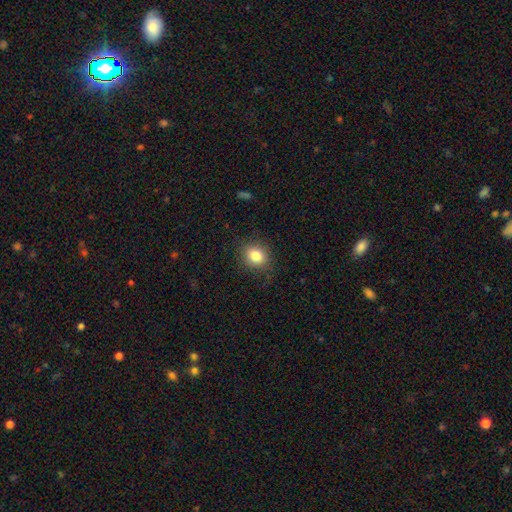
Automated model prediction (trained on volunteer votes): Q: Smooth or featured?
A: smooth (83%); runner-up: star or artifact (10%)
Q: How rounded?
A: round (60%); runner-up: in between (40%)
Q: Merging?
A: none (85%); runner-up: minor disturbance (11%)